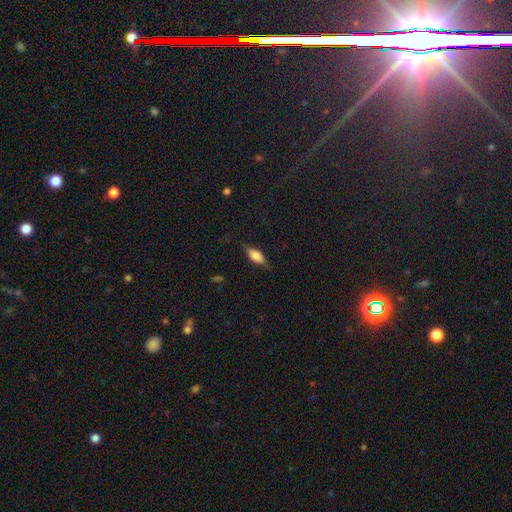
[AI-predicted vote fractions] A smooth galaxy with no disk features (66%) that is in between round and cigar-shaped (71%).

Vote fractions:
- Smooth or featured? smooth: 66% / featured or disk: 27% / star or artifact: 8%
- How rounded? in between: 71% / cigar-shaped: 26% / round: 3%
- Merging? none: 78% / minor disturbance: 17% / major disturbance: 4% / merger: 1%